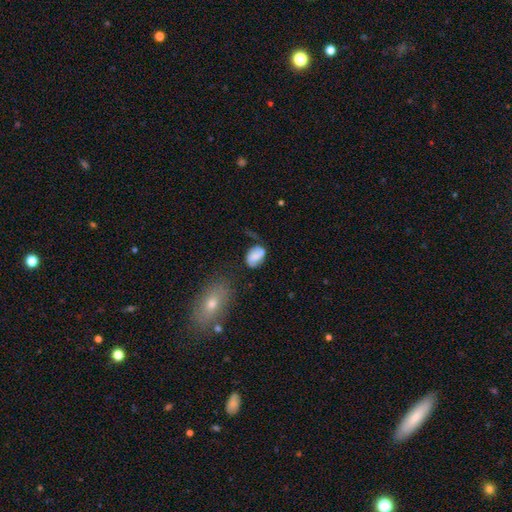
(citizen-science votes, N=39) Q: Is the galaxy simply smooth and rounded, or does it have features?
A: smooth — 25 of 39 (64%).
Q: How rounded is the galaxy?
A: in between — 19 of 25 (76%).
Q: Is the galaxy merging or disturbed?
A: none — 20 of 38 (53%).